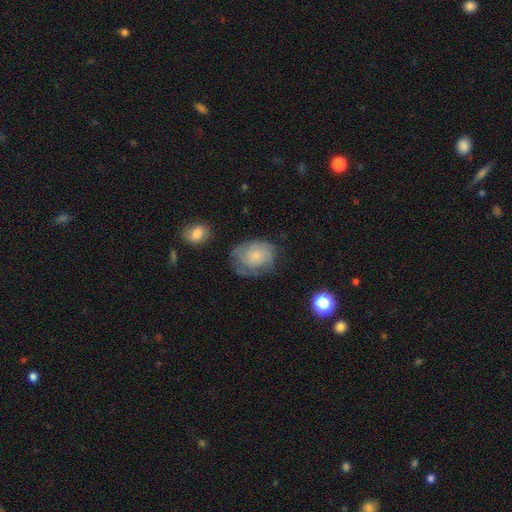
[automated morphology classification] This appears to be a smooth galaxy with no disk features (52%) that is in between round and cigar-shaped (59%). Merging: none (55%).